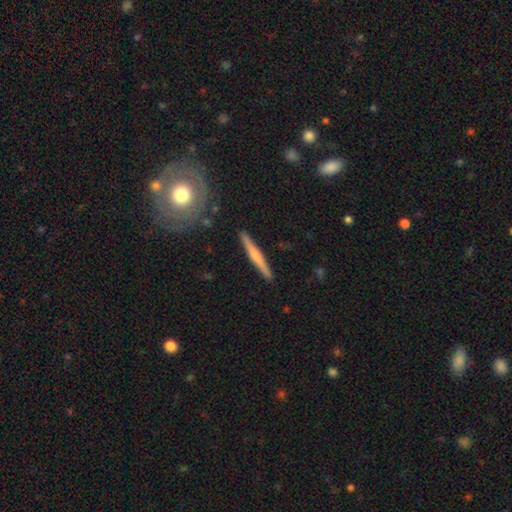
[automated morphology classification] featured or disk 49%, smooth 45%, star or artifact 5%. Down the decision tree: merging — none (90%).